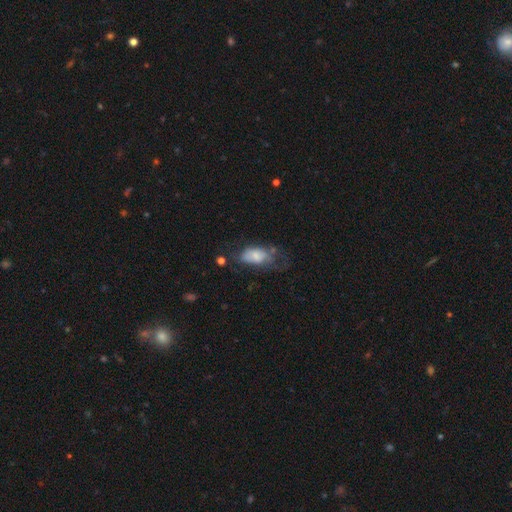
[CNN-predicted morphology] This appears to be a smooth galaxy with no disk features (61%) that is in between round and cigar-shaped (91%). Merging: major disturbance (36%).